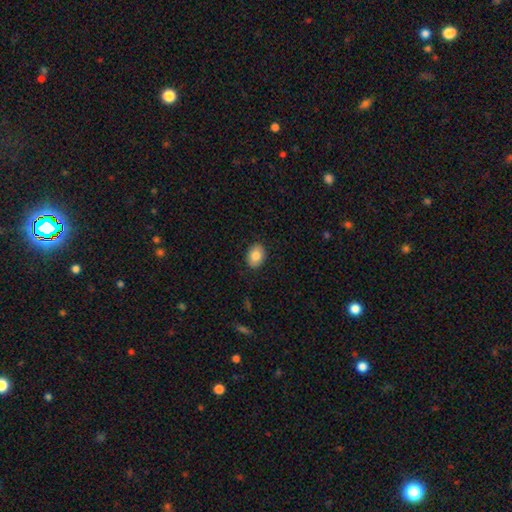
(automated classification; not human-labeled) A smooth galaxy with no disk features (83%) that is in between round and cigar-shaped (68%). Merging: none (89%).